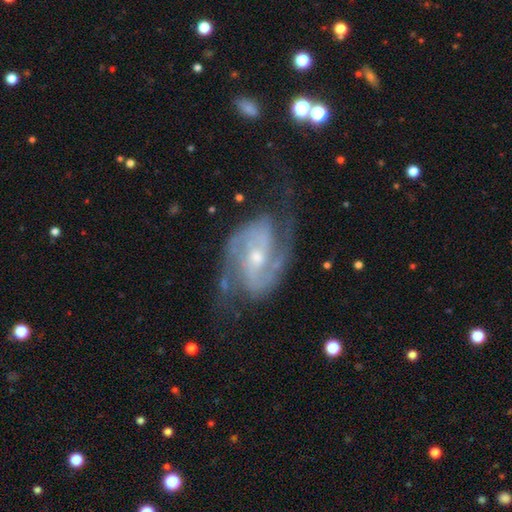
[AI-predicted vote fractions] Smooth or featured? featured or disk (91%)
Edge-on disk? no (97%)
Bar? weak (40%)
Spiral arms? yes (98%)
Spiral winding? medium (54%)
Spiral arm count? 2 (88%)
Bulge size? small (57%)
Merging? none (71%)